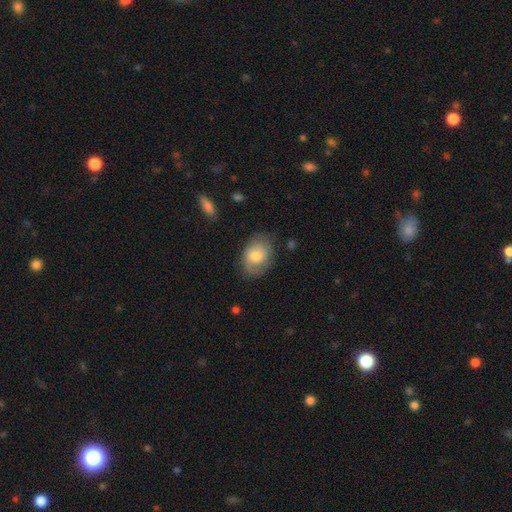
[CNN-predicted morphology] This is possibly a smooth galaxy (56%). How rounded: likely in between (65%). Merging: likely none (70%).